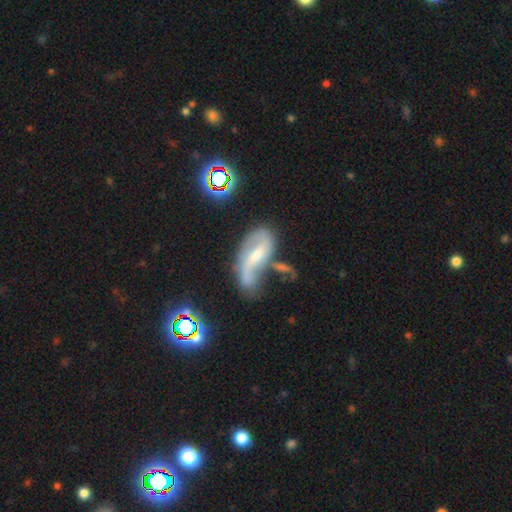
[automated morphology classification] A featured or disk galaxy (69%) with a weak bar (45%), 2 (73%) loose (64%) spiral arms (84%) and a small central bulge (47%).

Vote fractions:
- Smooth or featured? featured or disk: 69% / smooth: 20% / star or artifact: 11%
- Edge-on disk? no: 92% / yes: 8%
- Bar? weak: 45% / strong: 29% / no: 27%
- Spiral arms? yes: 84% / no: 16%
- Spiral winding? loose: 64% / medium: 26% / tight: 10%
- Spiral arm count? 2: 73% / 1: 13% / can't tell: 11% / 3: 1% / 4: 1% / more than 4: 1%
- Bulge size? small: 47% / moderate: 42% / none: 7% / large: 4% / dominant: 1%
- Merging? none: 33% / minor disturbance: 23% / merger: 23% / major disturbance: 21%